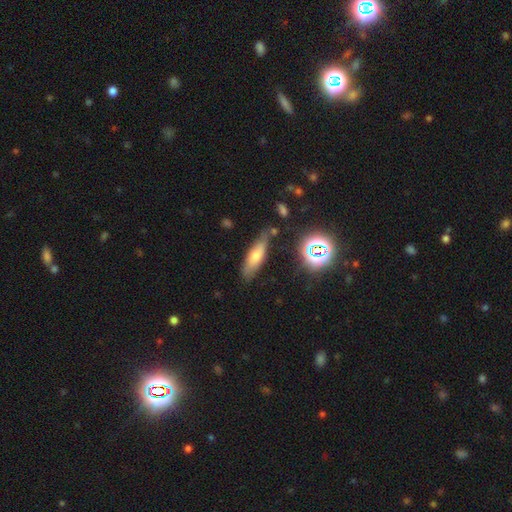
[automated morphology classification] Smooth or featured: smooth — 58% (featured or disk — 28%)
How rounded: cigar-shaped — 54% (in between — 42%)
Merging: none — 73% (minor disturbance — 18%)